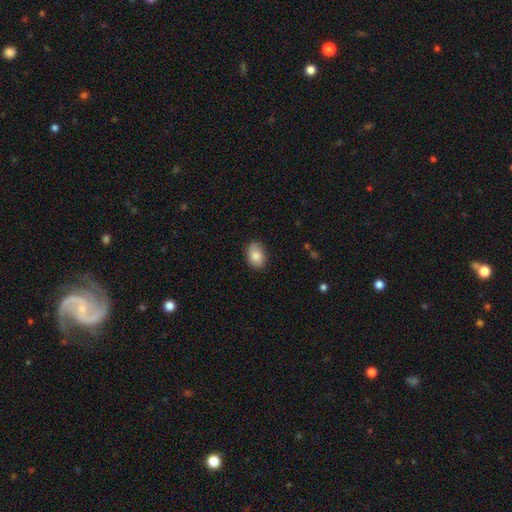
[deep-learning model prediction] Smooth or featured? smooth (85%)
How rounded? in between (76%)
Merging? none (80%)